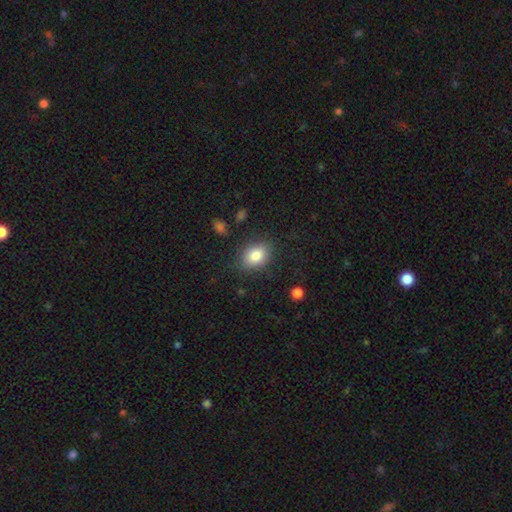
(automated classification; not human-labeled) smooth 83%, star or artifact 9%, featured or disk 8%. Down the decision tree: how rounded — in between (70%); merging — none (81%).